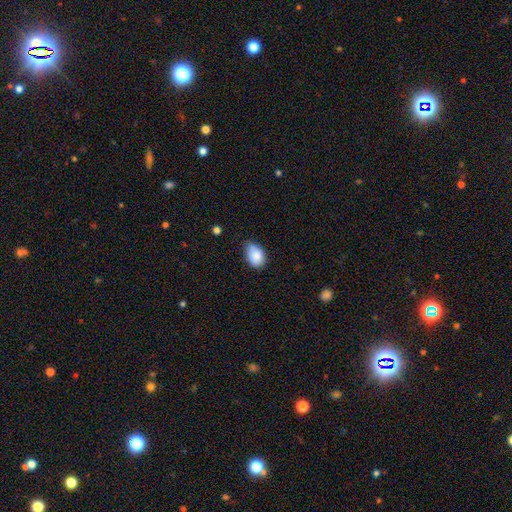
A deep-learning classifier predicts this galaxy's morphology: smooth-or-featured: smooth: 86% | star or artifact: 7% | featured or disk: 7%
  how-rounded: in between: 84% | round: 15% | cigar-shaped: 1%
  merging: none: 56% | minor disturbance: 37% | major disturbance: 5% | merger: 2%